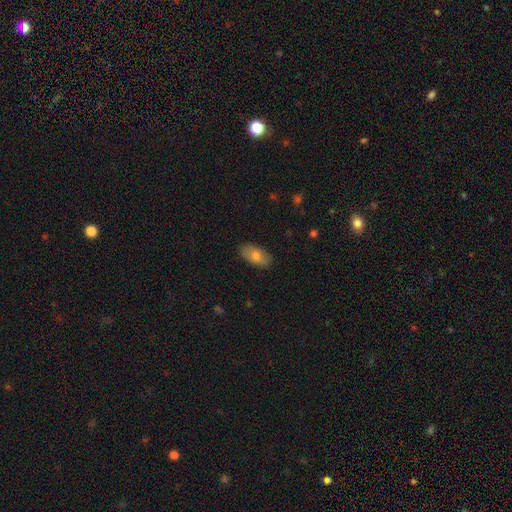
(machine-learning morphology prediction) Smooth or featured? smooth (74%)
How rounded? in between (93%)
Merging? none (86%)